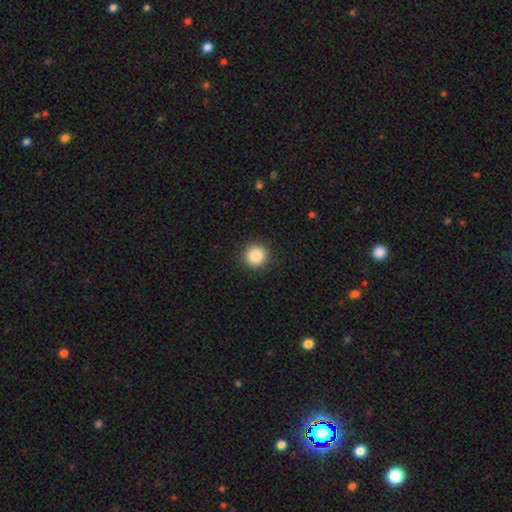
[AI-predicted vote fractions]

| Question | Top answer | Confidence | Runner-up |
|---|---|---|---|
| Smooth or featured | smooth | 88% | star or artifact (9%) |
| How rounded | round | 95% | in between (4%) |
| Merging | none | 92% | minor disturbance (5%) |